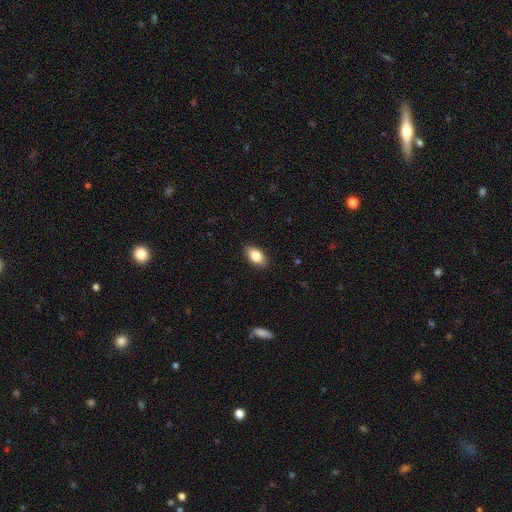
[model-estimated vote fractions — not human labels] This appears to be a smooth galaxy with no disk features (85%) that is in between round and cigar-shaped (90%). Merging: none (88%).